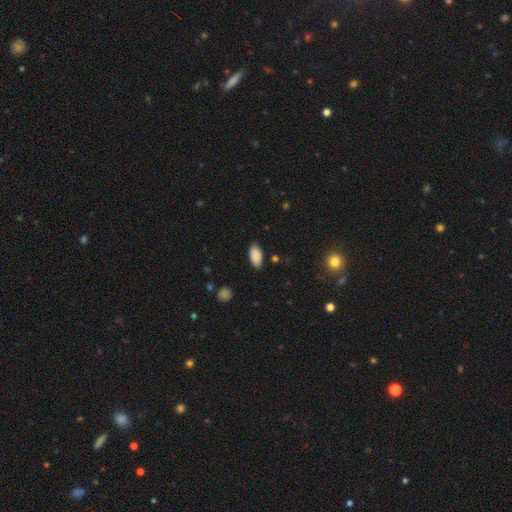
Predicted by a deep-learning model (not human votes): A smooth galaxy with no disk features (89%) that is in between round and cigar-shaped (94%).

Vote fractions:
- Smooth or featured? smooth: 89% / star or artifact: 7% / featured or disk: 4%
- How rounded? in between: 94% / cigar-shaped: 4% / round: 2%
- Merging? none: 85% / minor disturbance: 11% / major disturbance: 3% / merger: 1%